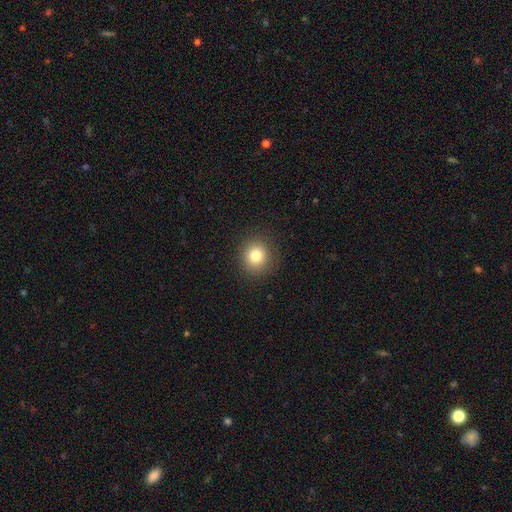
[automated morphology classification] Smooth or featured: smooth — 81% (star or artifact — 11%)
How rounded: round — 89% (in between — 10%)
Merging: none — 90% (minor disturbance — 7%)